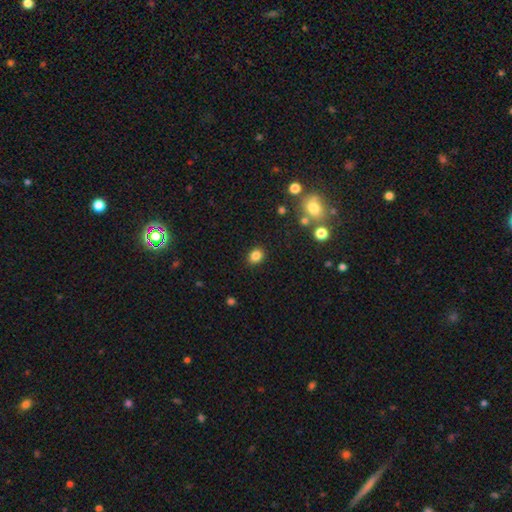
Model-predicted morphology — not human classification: Smooth or featured?
  - smooth: 83% *
  - star or artifact: 12%
  - featured or disk: 5%
How rounded?
  - round: 57% *
  - in between: 42%
  - cigar-shaped: 1%
Merging?
  - none: 89% *
  - minor disturbance: 7%
  - major disturbance: 2%
  - merger: 2%